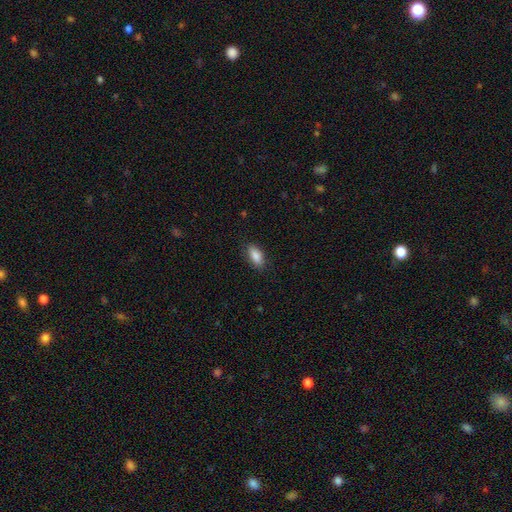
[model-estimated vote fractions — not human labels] Smooth or featured?
  - smooth: 87% *
  - star or artifact: 7%
  - featured or disk: 7%
How rounded?
  - in between: 84% *
  - cigar-shaped: 13%
  - round: 3%
Merging?
  - none: 84% *
  - minor disturbance: 12%
  - major disturbance: 3%
  - merger: 1%